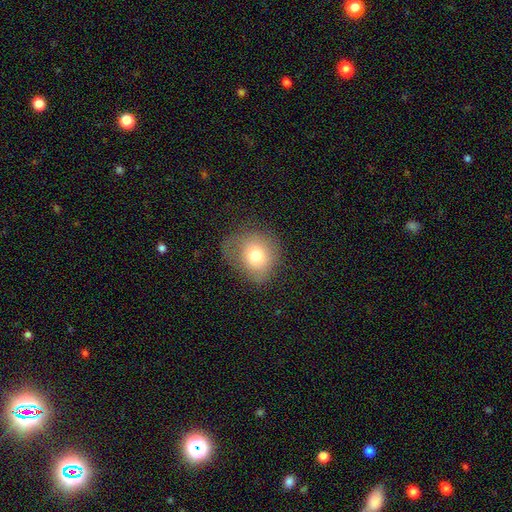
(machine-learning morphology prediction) This is likely a smooth galaxy (73%). How rounded: likely round (66%). Merging: possibly none (58%).